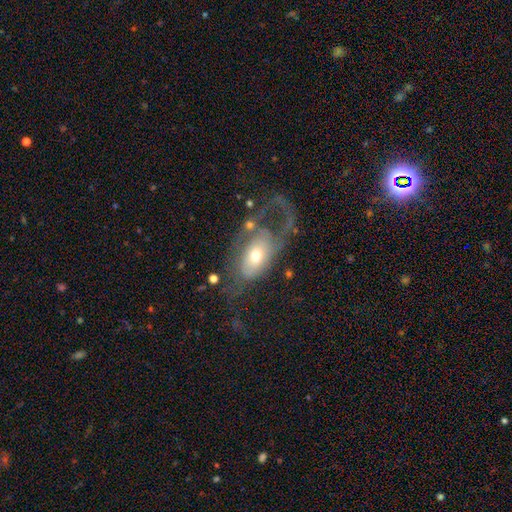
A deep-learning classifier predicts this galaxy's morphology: This is possibly a featured or disk galaxy (55%). It is clearly not viewed edge-on (92%). Bar: likely no (77%). Spiral arm pattern: possibly no (51%). Central bulge: likely moderate (62%). Merging: possibly major disturbance (58%).